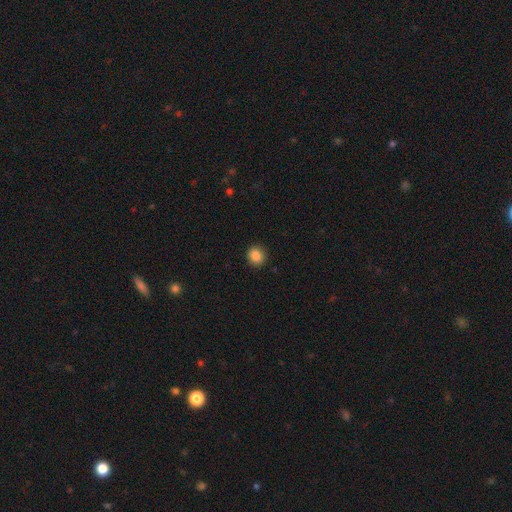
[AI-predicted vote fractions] smooth 87%, star or artifact 10%, featured or disk 4%. Down the decision tree: how rounded — round (79%); merging — none (90%).